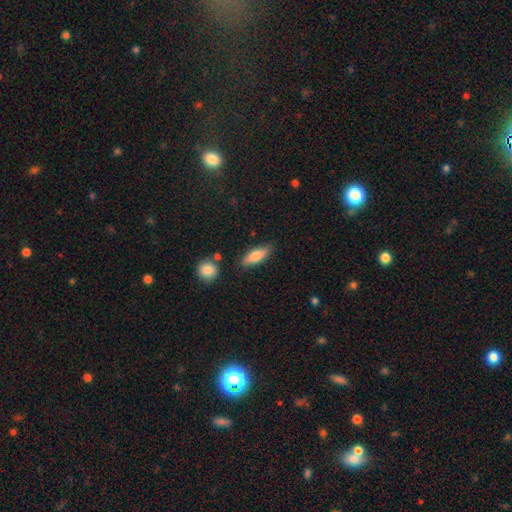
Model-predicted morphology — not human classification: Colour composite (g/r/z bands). It shows a smooth galaxy with no disk features (78%) that is in between round and cigar-shaped (63%). Merging: none (80%).